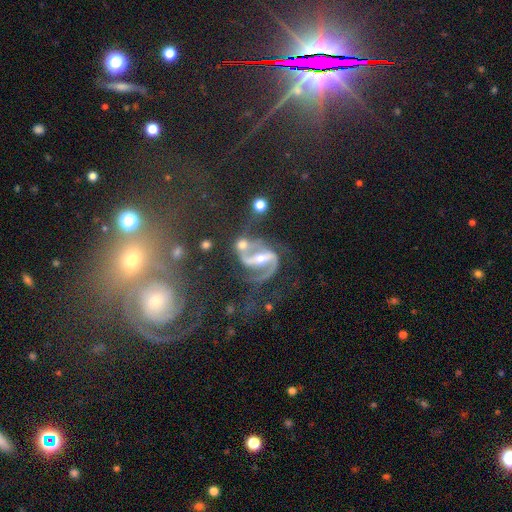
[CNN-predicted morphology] A featured or disk galaxy (79%) with a strong bar (38%), 2 (91%) medium (51%) spiral arms (94%) and a moderate central bulge (49%).

Vote fractions:
- Smooth or featured? featured or disk: 79% / star or artifact: 13% / smooth: 8%
- Edge-on disk? no: 96% / yes: 4%
- Bar? strong: 38% / weak: 36% / no: 26%
- Spiral arms? yes: 94% / no: 6%
- Spiral winding? medium: 51% / loose: 27% / tight: 22%
- Spiral arm count? 2: 91% / can't tell: 3% / 1: 2% / 3: 2% / 4: 1% / more than 4: 1%
- Bulge size? moderate: 49% / small: 42% / large: 4% / none: 3% / dominant: 2%
- Merging? none: 53% / minor disturbance: 18% / major disturbance: 15% / merger: 15%